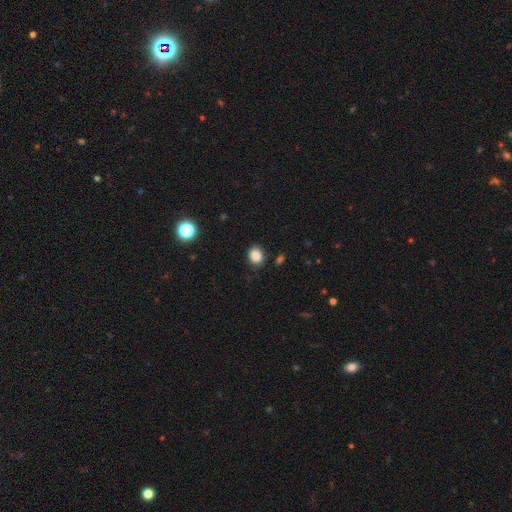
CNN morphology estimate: smooth 86%, star or artifact 10%, featured or disk 3%. Down the decision tree: how rounded — in between (50%); merging — none (82%).